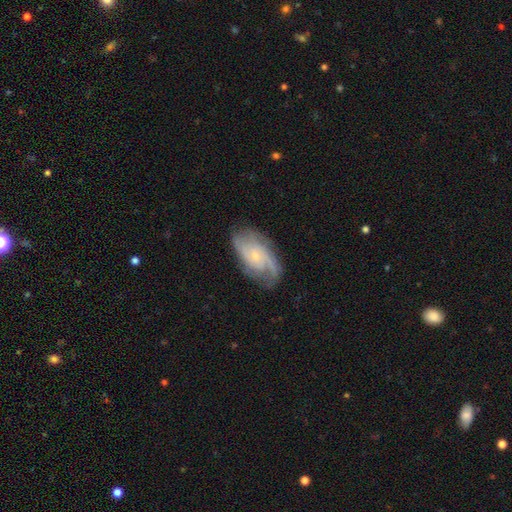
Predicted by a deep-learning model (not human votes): Smooth or featured? featured or disk (82%)
Edge-on disk? no (96%)
Bar? no (70%)
Spiral arms? yes (95%)
Spiral winding? medium (45%)
Spiral arm count? 2 (47%)
Bulge size? small (74%)
Merging? none (73%)